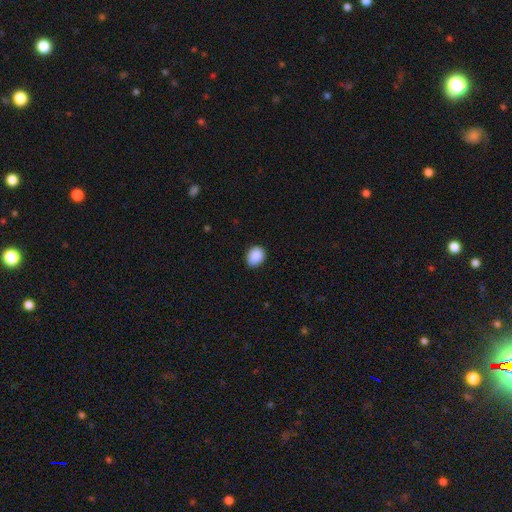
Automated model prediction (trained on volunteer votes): A smooth galaxy with no disk features (89%) that is round (52%). Merging: none (83%).